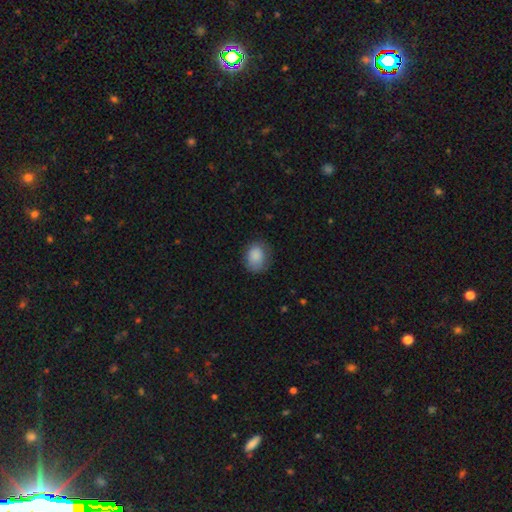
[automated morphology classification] smooth-or-featured: smooth: 86% | star or artifact: 8% | featured or disk: 6%
  how-rounded: in between: 50% | round: 49% | cigar-shaped: 1%
  merging: none: 69% | minor disturbance: 22% | major disturbance: 7% | merger: 1%